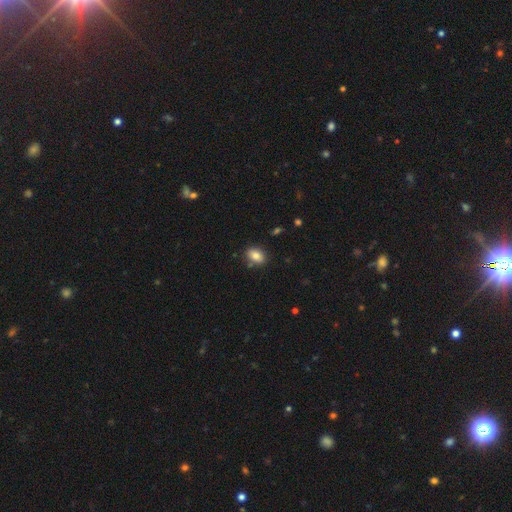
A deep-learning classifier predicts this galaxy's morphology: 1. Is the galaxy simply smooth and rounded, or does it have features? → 83% smooth, 9% star or artifact, 8% featured or disk.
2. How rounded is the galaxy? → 77% in between, 21% round, 1% cigar-shaped.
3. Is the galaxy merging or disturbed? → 83% none, 11% minor disturbance, 3% merger, 3% major disturbance.